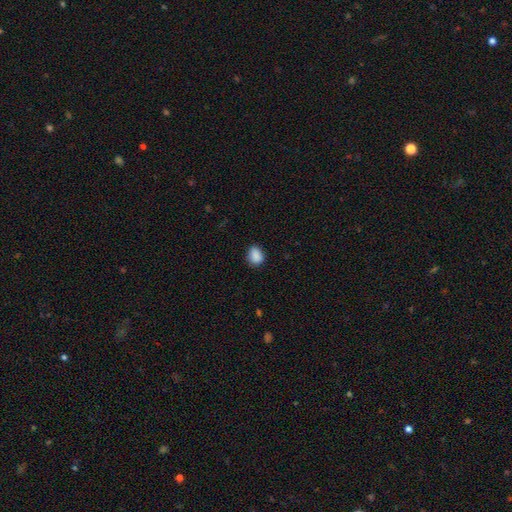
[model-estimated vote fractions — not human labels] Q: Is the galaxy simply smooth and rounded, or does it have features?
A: smooth — 88%.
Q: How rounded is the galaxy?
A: in between — 62%.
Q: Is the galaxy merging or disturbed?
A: none — 78%.